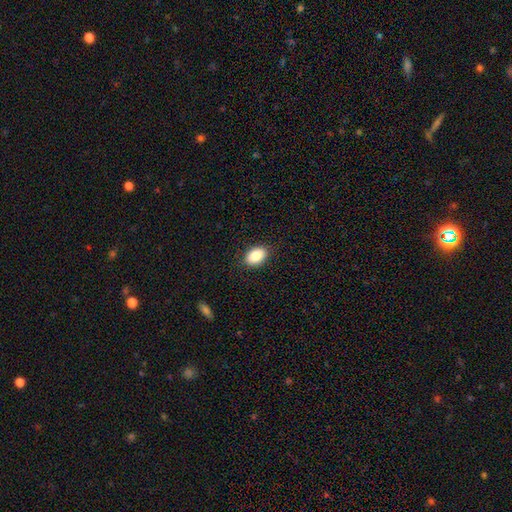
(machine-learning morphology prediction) Smooth or featured? smooth (86%)
How rounded? in between (87%)
Merging? none (88%)